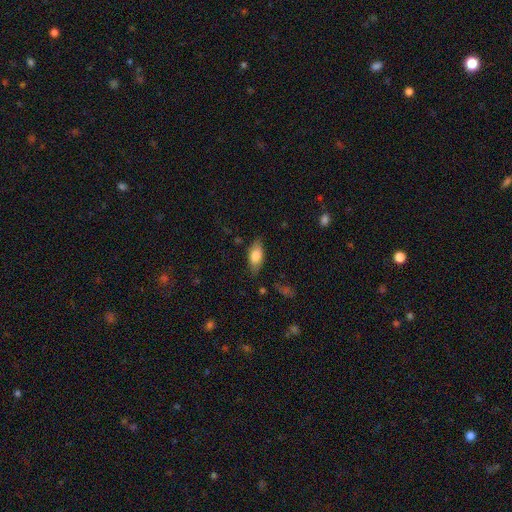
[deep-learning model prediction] Morphology: type=smooth (76%); roundness=in between (84%); merging=none (80%).